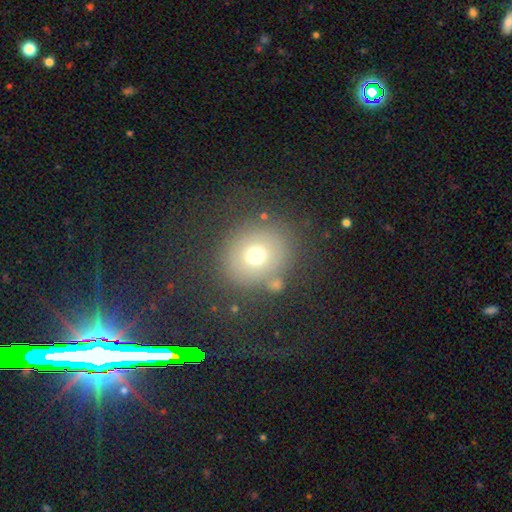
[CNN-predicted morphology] This appears to be a smooth galaxy with no disk features (68%) that is round (83%). Merging: none (75%).